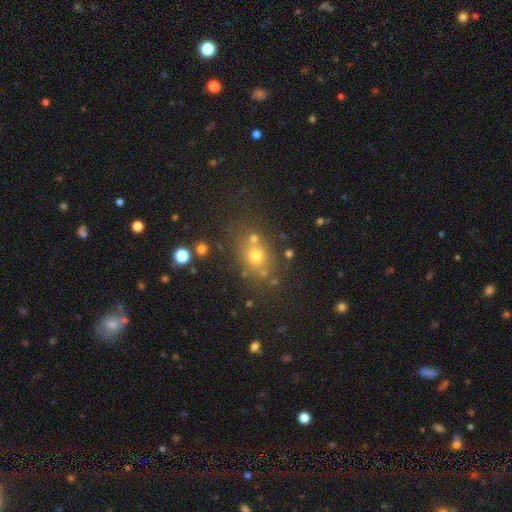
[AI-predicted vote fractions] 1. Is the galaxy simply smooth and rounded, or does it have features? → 65% smooth, 21% star or artifact, 14% featured or disk.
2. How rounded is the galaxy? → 58% round, 40% in between, 2% cigar-shaped.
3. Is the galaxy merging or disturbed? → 67% none, 16% merger, 12% minor disturbance, 5% major disturbance.